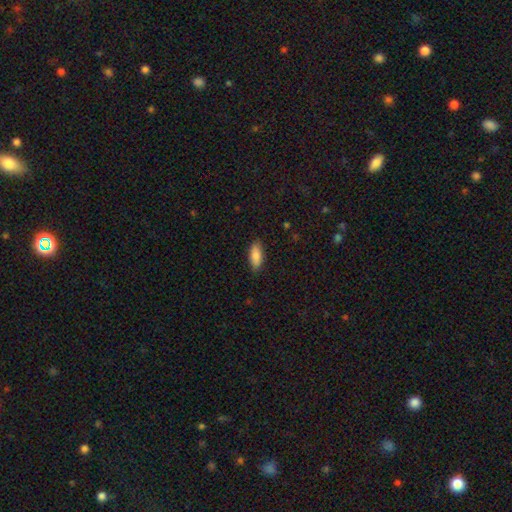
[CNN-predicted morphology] The model was most divided on "how rounded": in between: 76%, cigar-shaped: 22%, round: 2%. More confident: merging — none (85%); smooth or featured — smooth (84%).